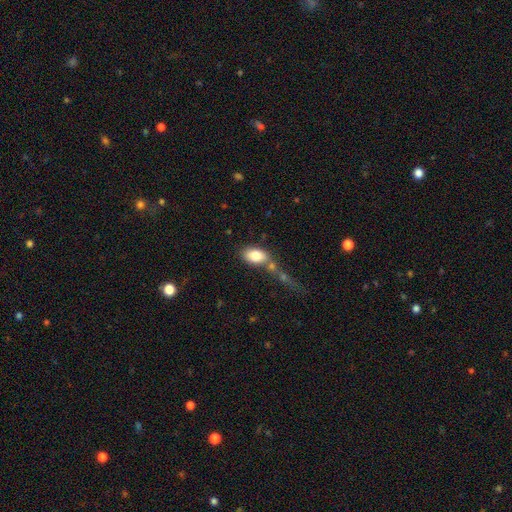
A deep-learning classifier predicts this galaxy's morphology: Smooth or featured? smooth (80%)
How rounded? in between (89%)
Merging? none (46%)